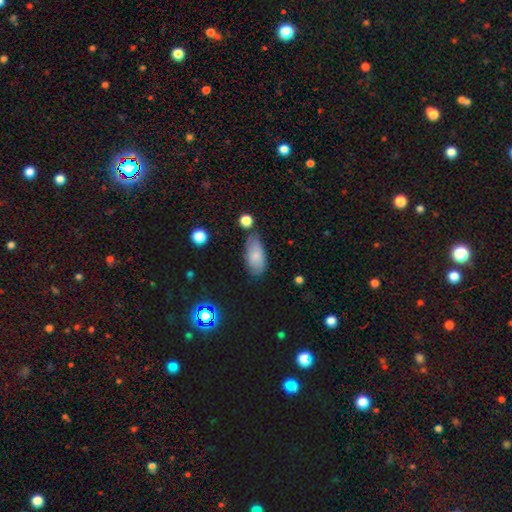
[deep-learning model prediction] Overall: smooth (76%). How rounded: in between (90%). Merging: none (64%; minor disturbance 25%).